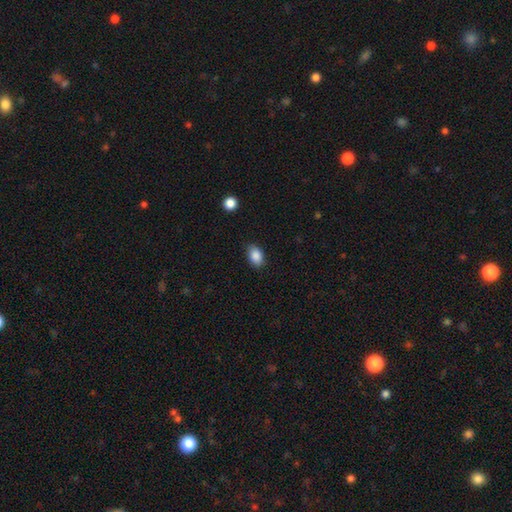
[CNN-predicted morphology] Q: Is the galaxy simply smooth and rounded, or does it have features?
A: smooth — 88%.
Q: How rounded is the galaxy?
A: in between — 83%.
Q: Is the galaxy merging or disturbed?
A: none — 83%.